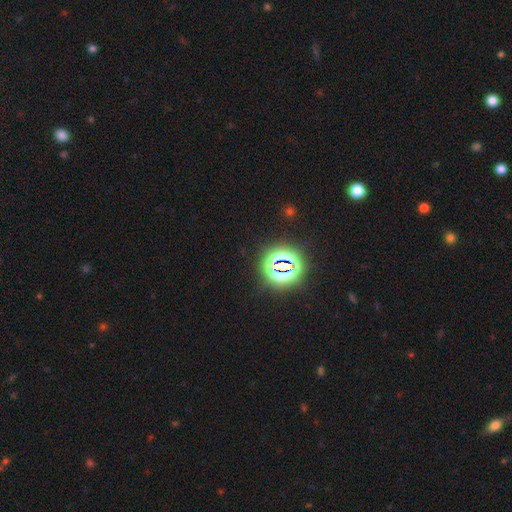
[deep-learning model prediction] Overall: star or artifact (79%).